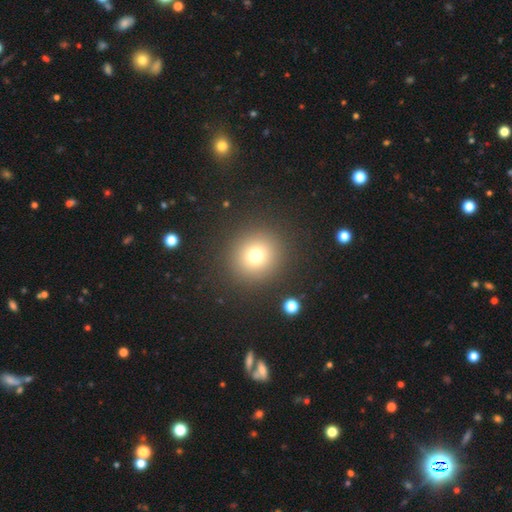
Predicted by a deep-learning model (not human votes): smooth-or-featured: smooth: 73% | star or artifact: 18% | featured or disk: 10%
  how-rounded: round: 92% | in between: 7% | cigar-shaped: 1%
  merging: none: 89% | minor disturbance: 6% | major disturbance: 3% | merger: 2%